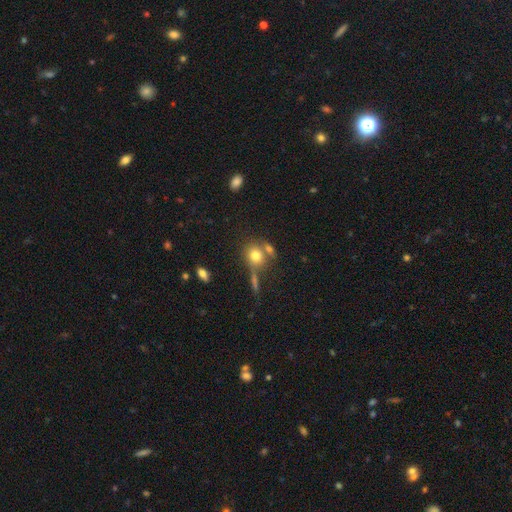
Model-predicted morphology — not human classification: Overall: smooth (76%). How rounded: round (73%). Merging: none (53%; merger 29%).